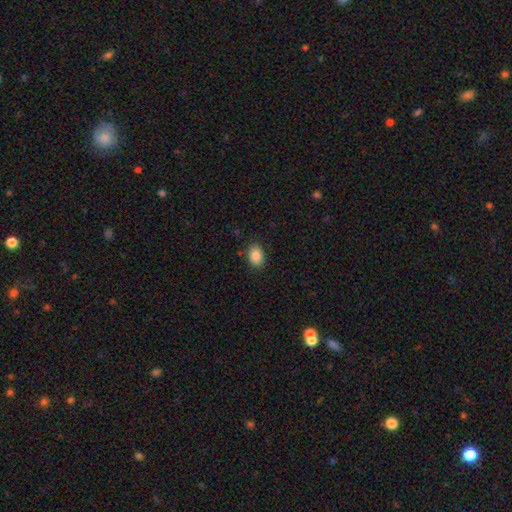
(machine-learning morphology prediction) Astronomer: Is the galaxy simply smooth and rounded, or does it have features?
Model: smooth — 85%.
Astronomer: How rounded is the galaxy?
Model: in between — 80%.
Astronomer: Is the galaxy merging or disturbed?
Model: none — 86%.